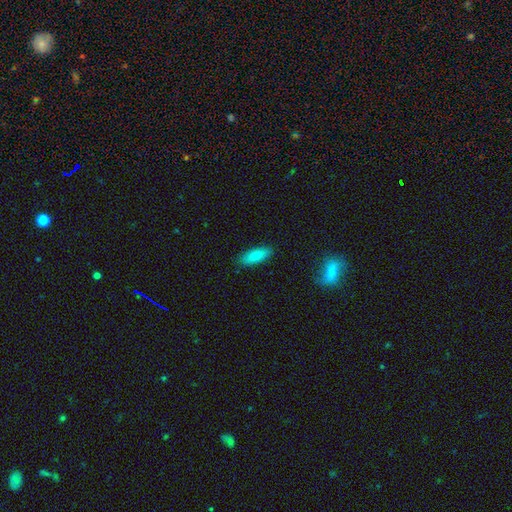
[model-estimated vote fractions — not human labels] A smooth galaxy with no disk features (84%) that is in between round and cigar-shaped (64%). Merging: none (87%).